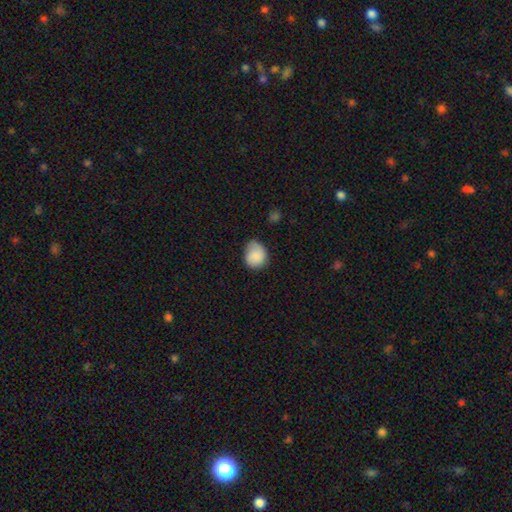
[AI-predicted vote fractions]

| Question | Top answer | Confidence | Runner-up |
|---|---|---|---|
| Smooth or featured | smooth | 83% | featured or disk (9%) |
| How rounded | round | 65% | in between (34%) |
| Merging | none | 53% | minor disturbance (37%) |